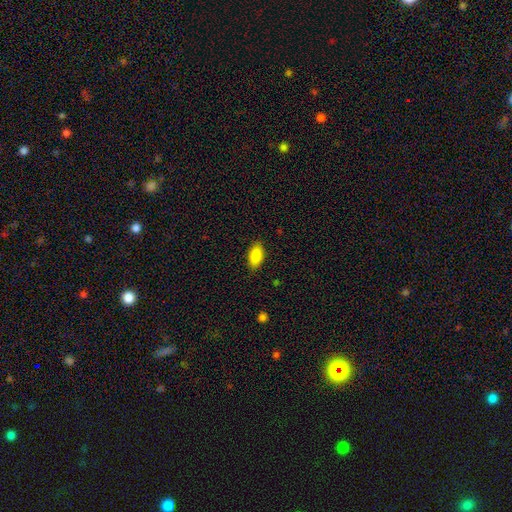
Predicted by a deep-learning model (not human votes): Morphology: type=smooth (89%); roundness=in between (92%); merging=none (86%).